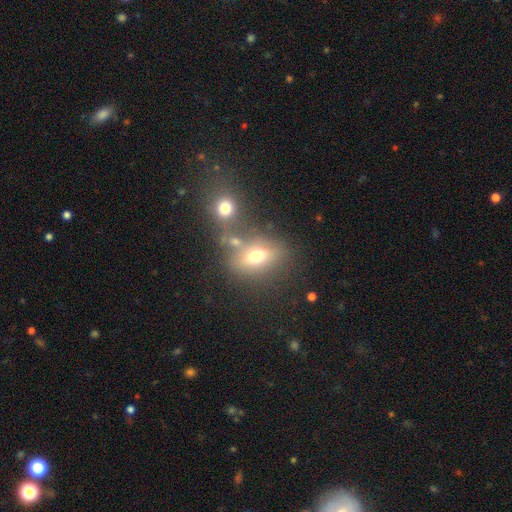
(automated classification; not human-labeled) Overall: smooth (65%). How rounded: in between (64%; round 31%). Merging: none (51%; merger 31%).